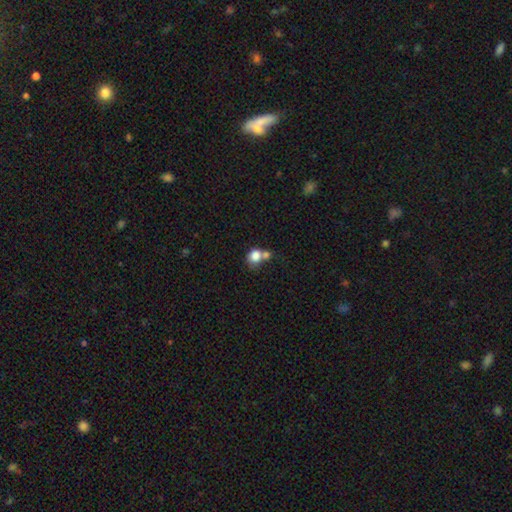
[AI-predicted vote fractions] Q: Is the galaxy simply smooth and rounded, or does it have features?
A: smooth — 80%.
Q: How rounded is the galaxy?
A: round — 71%.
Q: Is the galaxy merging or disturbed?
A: merger — 49%.